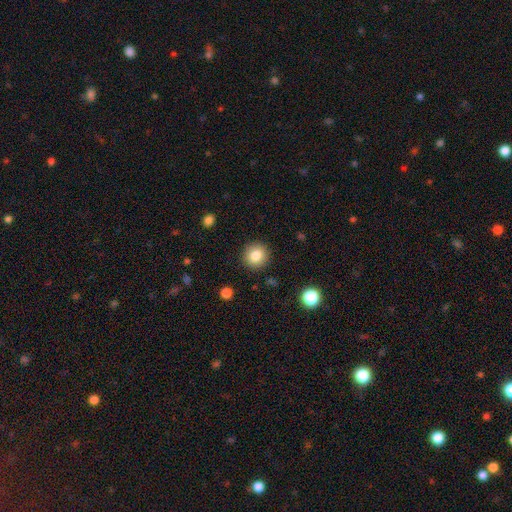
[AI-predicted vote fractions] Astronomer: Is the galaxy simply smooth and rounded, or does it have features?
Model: smooth — 82%.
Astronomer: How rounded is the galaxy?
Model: round — 92%.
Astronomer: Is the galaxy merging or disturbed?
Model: none — 90%.